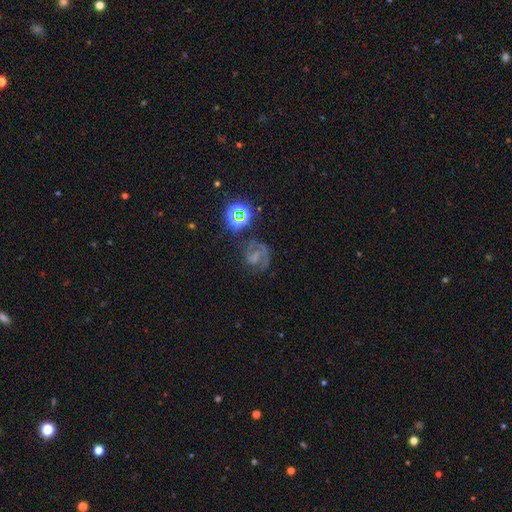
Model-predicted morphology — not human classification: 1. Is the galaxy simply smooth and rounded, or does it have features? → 55% featured or disk, 25% star or artifact, 20% smooth.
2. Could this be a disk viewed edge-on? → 97% no, 3% yes.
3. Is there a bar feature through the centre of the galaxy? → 53% no, 32% weak, 15% strong.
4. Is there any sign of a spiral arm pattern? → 79% yes, 21% no.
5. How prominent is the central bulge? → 49% none, 24% small, 18% moderate, 6% large, 3% dominant.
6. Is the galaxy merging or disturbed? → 53% none, 22% major disturbance, 20% minor disturbance, 5% merger.